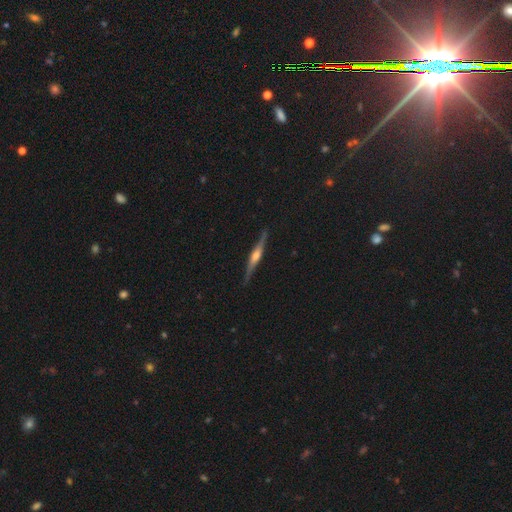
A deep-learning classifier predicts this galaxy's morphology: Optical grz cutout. It shows a featured or disk galaxy (77%) viewed edge-on (98%) with a rounded central bulge (81%). Merging: none (87%).